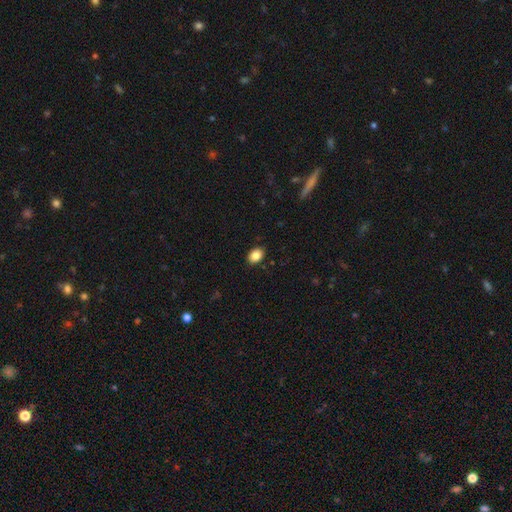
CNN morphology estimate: Smooth or featured? Predicted: smooth (p=0.87). How rounded? Predicted: in between (p=0.76). Merging? Predicted: none (p=0.88).